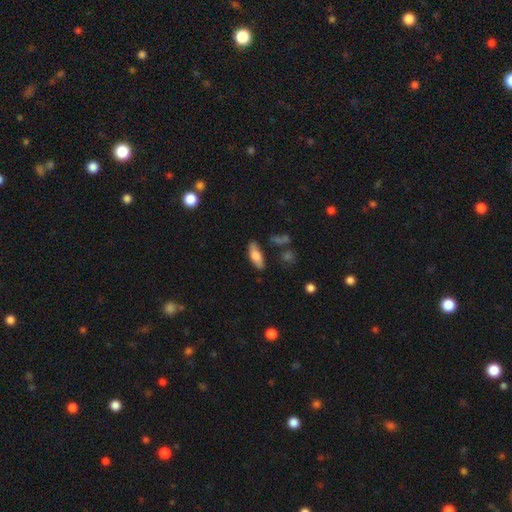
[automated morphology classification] smooth 70%, featured or disk 23%, star or artifact 7%. Down the decision tree: how rounded — in between (73%); merging — none (77%).